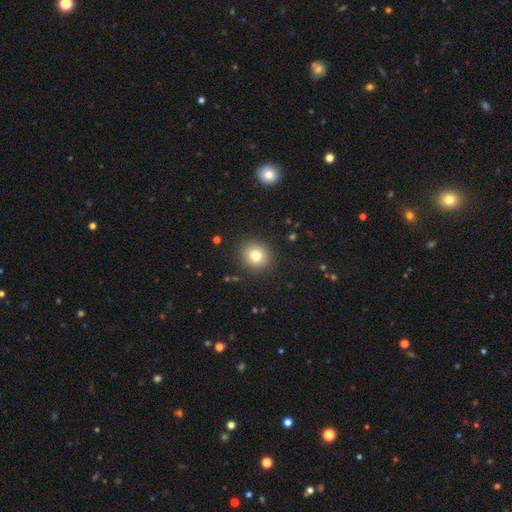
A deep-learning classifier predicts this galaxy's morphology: smooth-or-featured: smooth: 79% | star or artifact: 11% | featured or disk: 9%
  how-rounded: round: 88% | in between: 11% | cigar-shaped: 1%
  merging: none: 90% | minor disturbance: 6% | major disturbance: 2% | merger: 1%